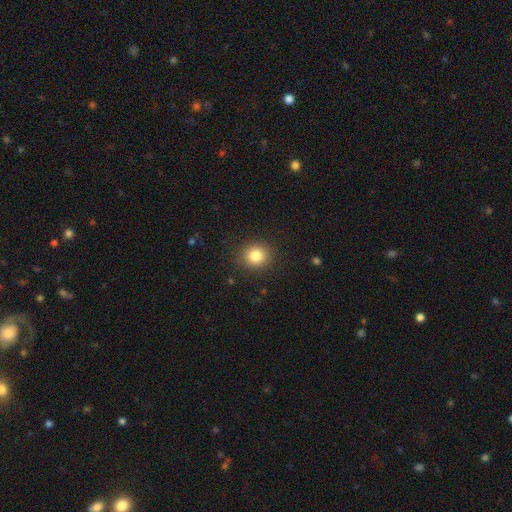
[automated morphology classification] This is clearly a smooth galaxy (82%). How rounded: clearly round (86%). Merging: clearly none (89%).